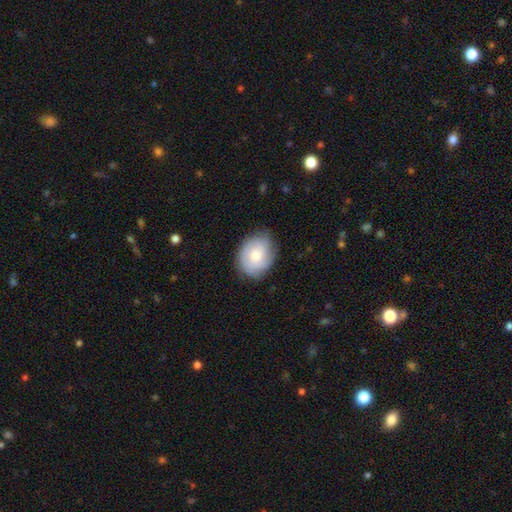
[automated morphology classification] A smooth galaxy with no disk features (64%) that is in between round and cigar-shaped (56%). Merging: none (74%).